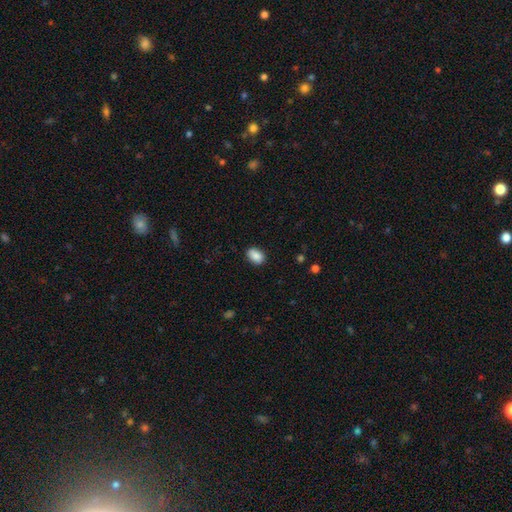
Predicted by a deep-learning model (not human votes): Q: Smooth or featured?
A: smooth (87%); runner-up: star or artifact (7%)
Q: How rounded?
A: in between (83%); runner-up: round (16%)
Q: Merging?
A: none (86%); runner-up: minor disturbance (11%)